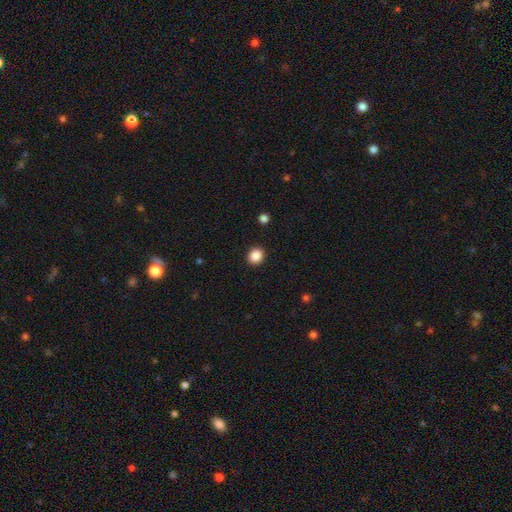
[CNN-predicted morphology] A smooth galaxy with no disk features (87%) that is round (71%).

Vote fractions:
- Smooth or featured? smooth: 87% / star or artifact: 10% / featured or disk: 3%
- How rounded? round: 71% / in between: 28% / cigar-shaped: 1%
- Merging? none: 91% / minor disturbance: 6% / major disturbance: 2% / merger: 1%